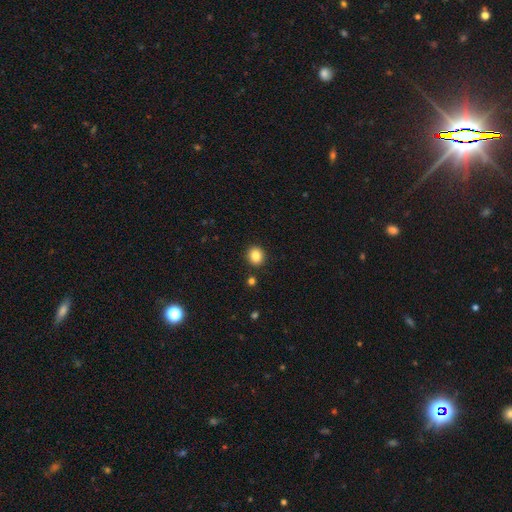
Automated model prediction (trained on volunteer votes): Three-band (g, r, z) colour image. It shows a smooth galaxy with no disk features (86%) that is round (78%). Merging: none (89%).